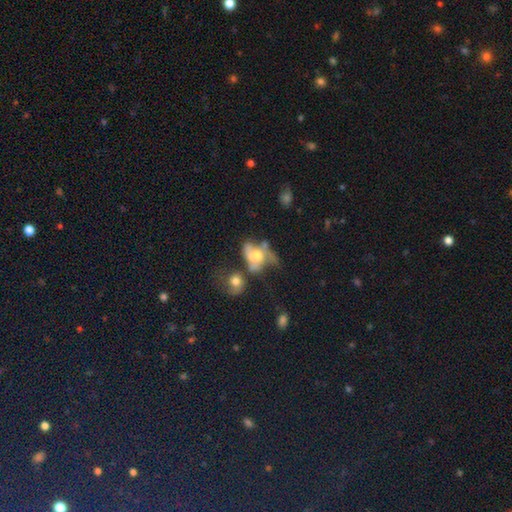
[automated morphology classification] Smooth or featured?
  - featured or disk: 48% *
  - smooth: 41%
  - star or artifact: 11%
Merging?
  - merger: 37% *
  - major disturbance: 30%
  - none: 18%
  - minor disturbance: 15%